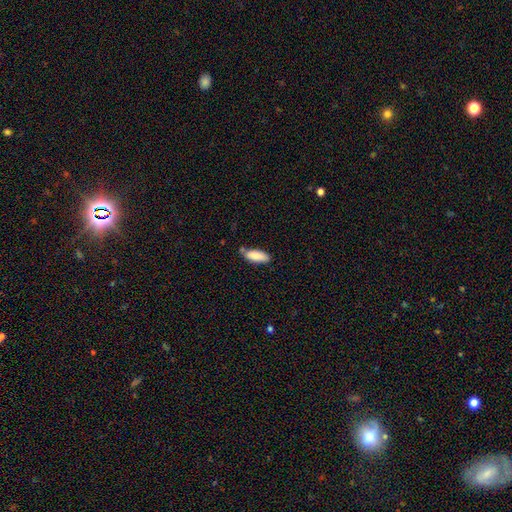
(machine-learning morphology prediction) Smooth or featured: smooth — 87% (featured or disk — 7%)
How rounded: in between — 74% (cigar-shaped — 24%)
Merging: none — 68% (minor disturbance — 21%)